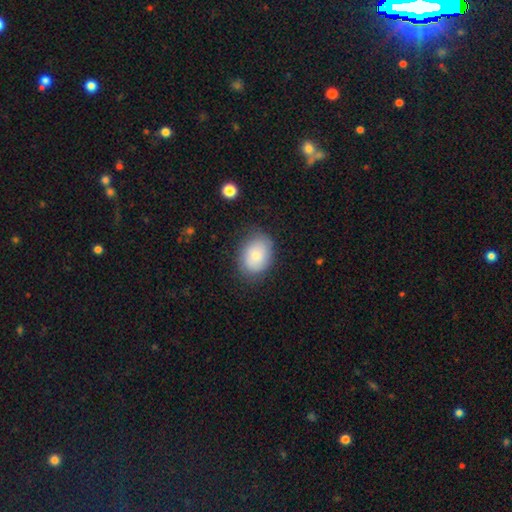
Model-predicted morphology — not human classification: type=smooth (78%); roundness=in between (65%); merging=none (76%).